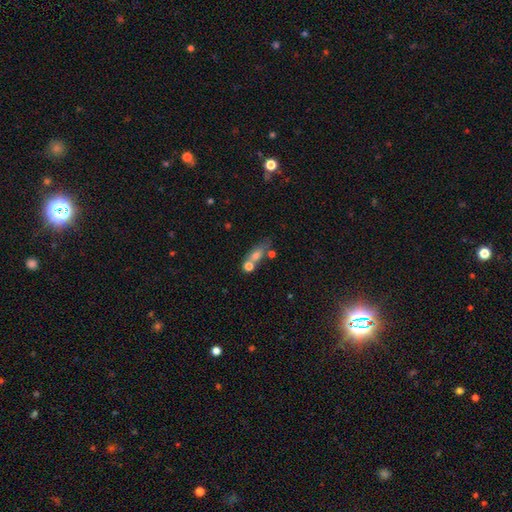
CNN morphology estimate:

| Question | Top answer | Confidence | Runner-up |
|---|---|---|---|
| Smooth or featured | smooth | 66% | featured or disk (22%) |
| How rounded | in between | 56% | cigar-shaped (26%) |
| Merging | merger | 40% | none (37%) |